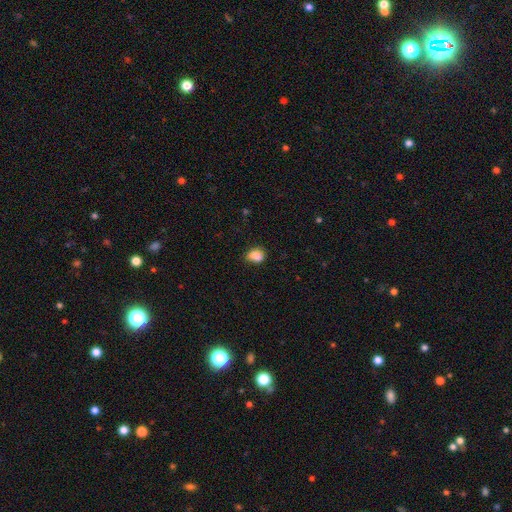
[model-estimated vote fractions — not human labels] smooth-or-featured: smooth: 87% | star or artifact: 9% | featured or disk: 4%
  how-rounded: in between: 64% | round: 34% | cigar-shaped: 1%
  merging: none: 67% | minor disturbance: 26% | major disturbance: 5% | merger: 2%